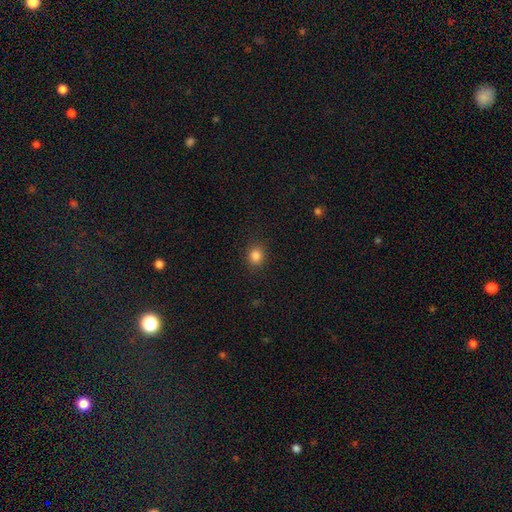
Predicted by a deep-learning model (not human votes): The model was most divided on "how rounded": round: 80%, in between: 19%, cigar-shaped: 1%. More confident: merging — none (90%); smooth or featured — smooth (84%).